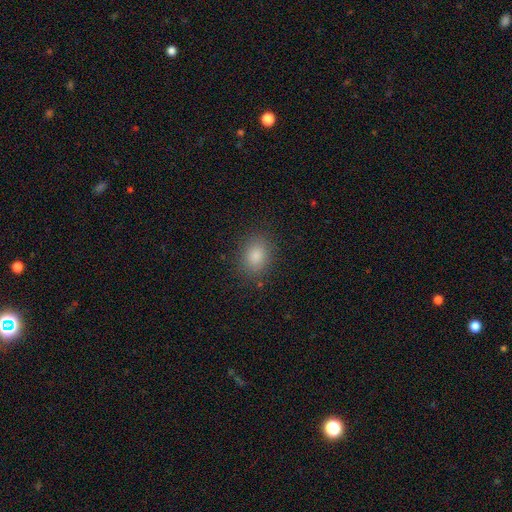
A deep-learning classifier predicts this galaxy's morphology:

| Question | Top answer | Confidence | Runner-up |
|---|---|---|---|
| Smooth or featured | smooth | 82% | star or artifact (12%) |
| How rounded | in between | 58% | round (41%) |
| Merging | none | 87% | minor disturbance (9%) |